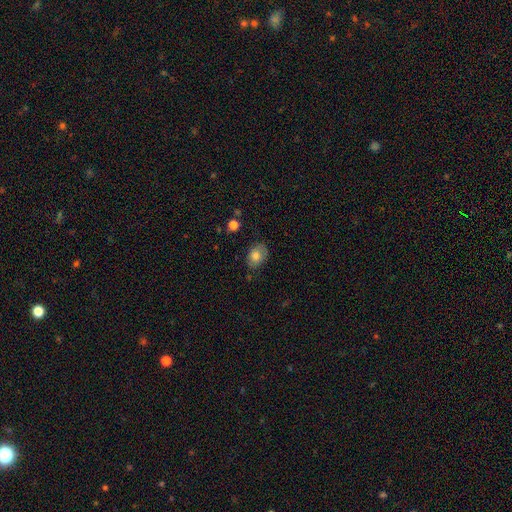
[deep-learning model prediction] smooth-or-featured: smooth: 76% | featured or disk: 16% | star or artifact: 9%
  how-rounded: in between: 68% | round: 31% | cigar-shaped: 1%
  merging: none: 74% | minor disturbance: 20% | major disturbance: 4% | merger: 2%